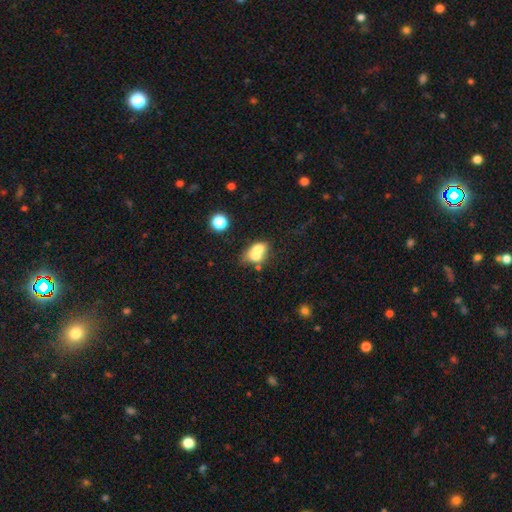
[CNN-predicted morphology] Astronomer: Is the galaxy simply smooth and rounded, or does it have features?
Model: smooth — 66%.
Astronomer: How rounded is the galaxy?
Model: in between — 60% (runner-up: round, 38%).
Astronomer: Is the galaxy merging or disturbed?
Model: merger — 62%.